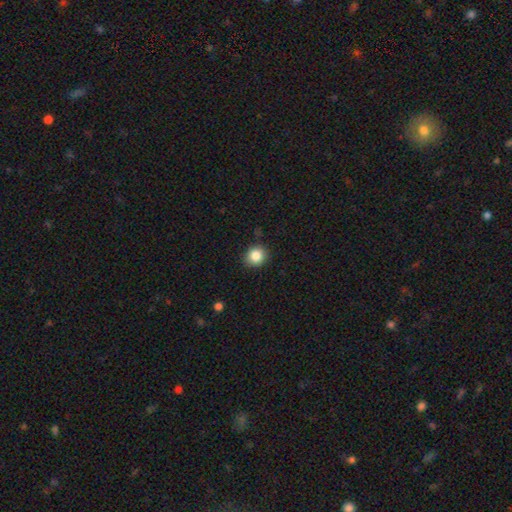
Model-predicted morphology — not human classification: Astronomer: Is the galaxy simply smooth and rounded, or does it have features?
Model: smooth — 85%.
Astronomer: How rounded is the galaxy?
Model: round — 83%.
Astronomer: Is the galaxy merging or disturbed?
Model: none — 88%.